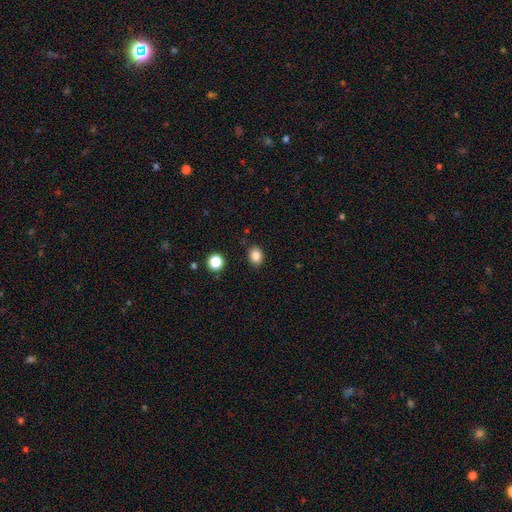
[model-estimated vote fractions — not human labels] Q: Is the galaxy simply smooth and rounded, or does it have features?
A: smooth — 85%.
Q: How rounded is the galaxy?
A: in between — 56%.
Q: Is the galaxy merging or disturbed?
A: none — 86%.